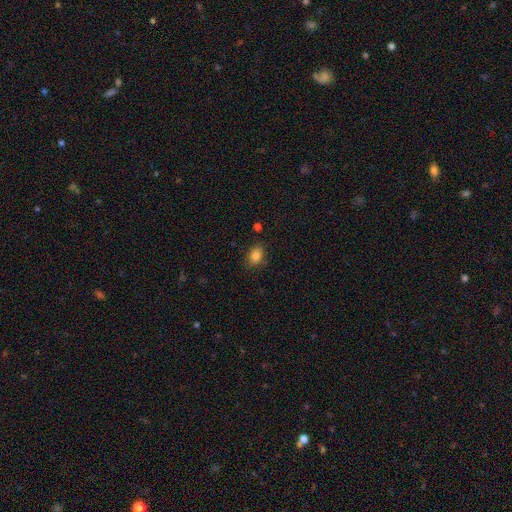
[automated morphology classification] A smooth galaxy with no disk features (84%) that is in between round and cigar-shaped (74%).

Vote fractions:
- Smooth or featured? smooth: 84% / star or artifact: 10% / featured or disk: 6%
- How rounded? in between: 74% / round: 24% / cigar-shaped: 1%
- Merging? none: 78% / minor disturbance: 16% / major disturbance: 4% / merger: 2%